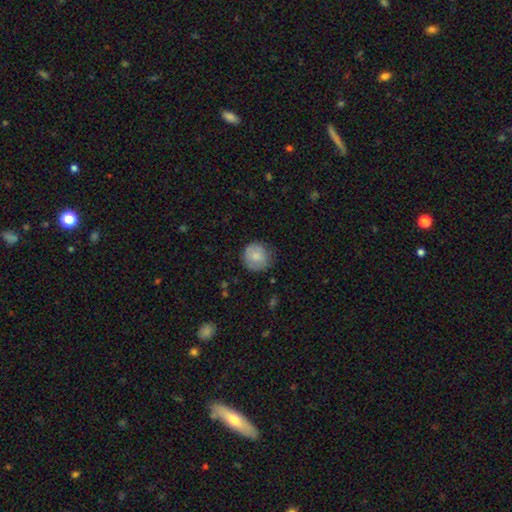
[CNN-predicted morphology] A smooth galaxy with no disk features (79%) that is round (92%).

Vote fractions:
- Smooth or featured? smooth: 79% / featured or disk: 14% / star or artifact: 7%
- How rounded? round: 92% / in between: 7% / cigar-shaped: 1%
- Merging? none: 76% / minor disturbance: 18% / major disturbance: 5% / merger: 1%